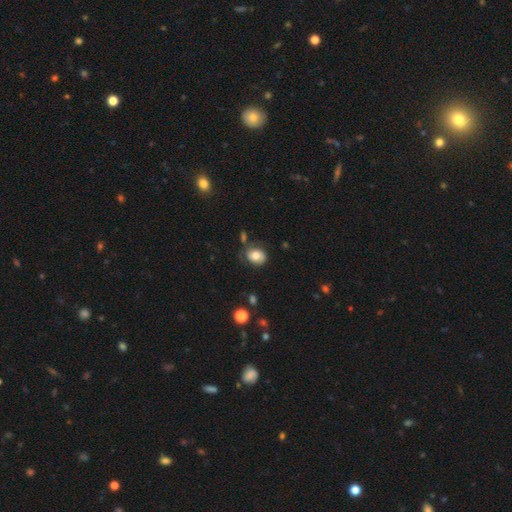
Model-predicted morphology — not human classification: type=smooth (73%); roundness=round (50%); merging=none (65%).